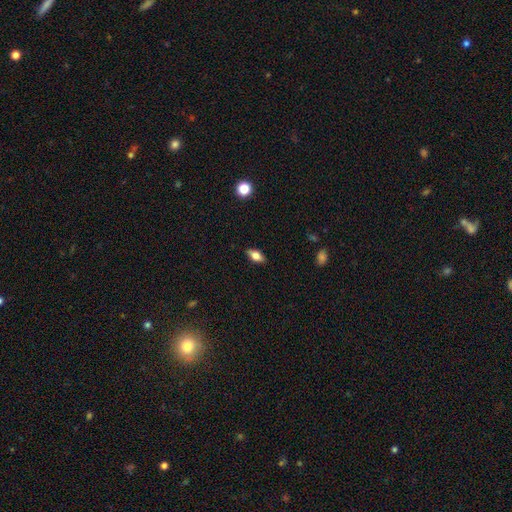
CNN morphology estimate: The model was most divided on "smooth or featured": smooth: 65%, featured or disk: 27%, star or artifact: 8%. More confident: merging — none (86%); how rounded — in between (81%).